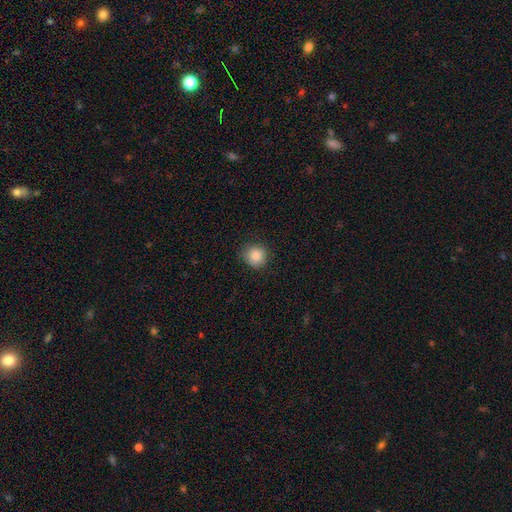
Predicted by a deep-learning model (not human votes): A smooth galaxy with no disk features (86%) that is round (88%). Merging: none (84%).